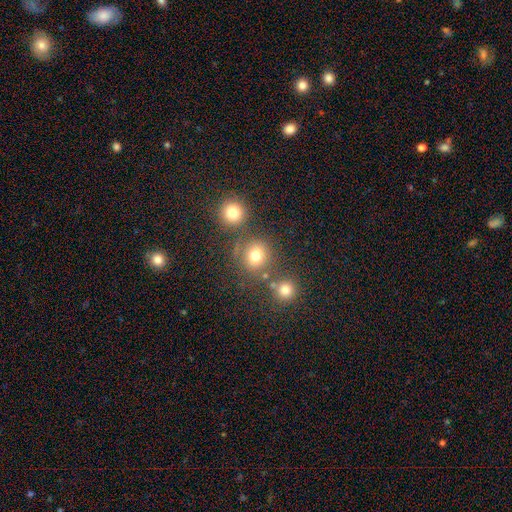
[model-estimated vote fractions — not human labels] Smooth or featured: smooth — 76% (star or artifact — 17%)
How rounded: round — 86% (in between — 13%)
Merging: none — 71% (merger — 15%)